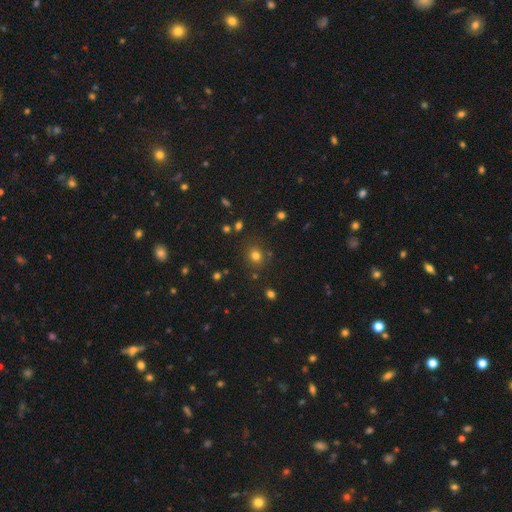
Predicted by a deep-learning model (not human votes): The model was most divided on "smooth or featured": smooth: 75%, star or artifact: 18%, featured or disk: 7%. More confident: merging — none (82%); how rounded — round (80%).